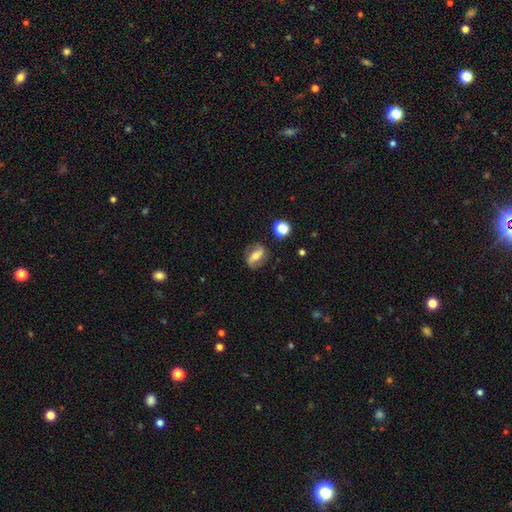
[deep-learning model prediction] Smooth or featured: featured or disk — 57% (smooth — 34%)
Edge-on disk: no — 87% (yes — 13%)
Merging: none — 79% (minor disturbance — 14%)